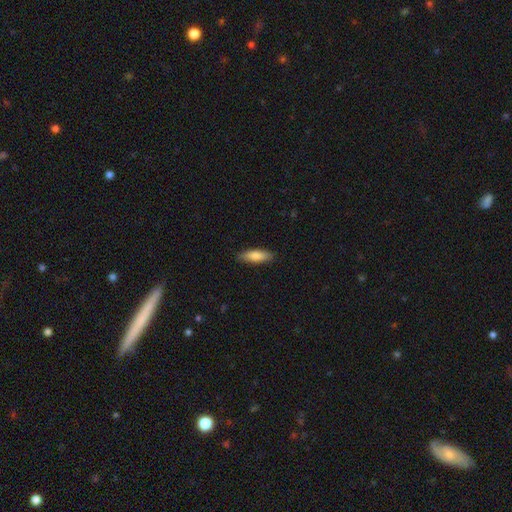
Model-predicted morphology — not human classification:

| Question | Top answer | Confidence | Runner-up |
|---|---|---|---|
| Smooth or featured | smooth | 81% | featured or disk (13%) |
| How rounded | cigar-shaped | 49% | tied: in between (49%) |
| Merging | none | 87% | minor disturbance (10%) |